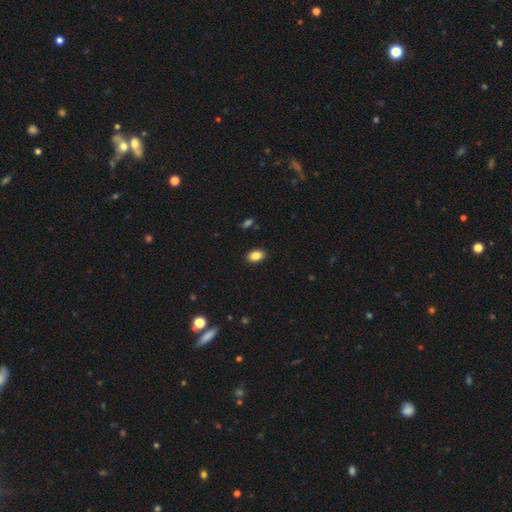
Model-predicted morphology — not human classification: Overall: smooth (87%). How rounded: in between (84%). Merging: none (89%).